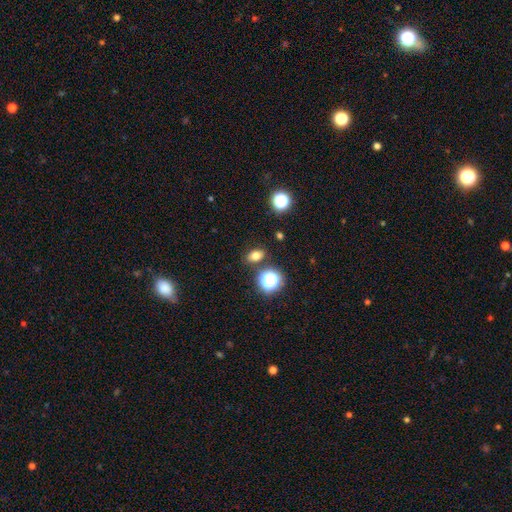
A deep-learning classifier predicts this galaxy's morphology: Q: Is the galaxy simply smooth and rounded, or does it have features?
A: smooth — 74%.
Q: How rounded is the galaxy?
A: in between — 69%.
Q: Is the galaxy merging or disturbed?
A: none — 82%.